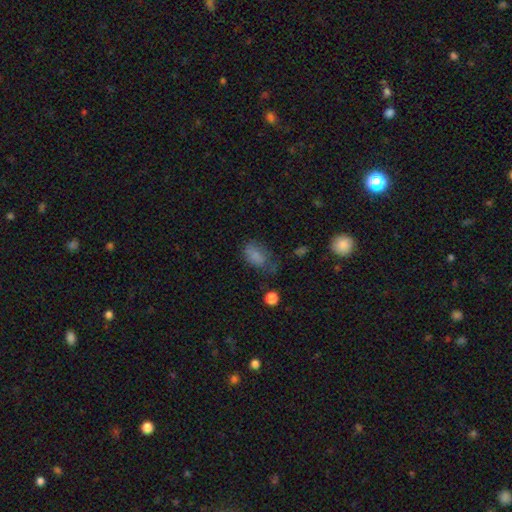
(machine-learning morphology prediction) Smooth or featured: smooth — 79% (star or artifact — 12%)
How rounded: in between — 87% (round — 11%)
Merging: none — 46% (minor disturbance — 31%)